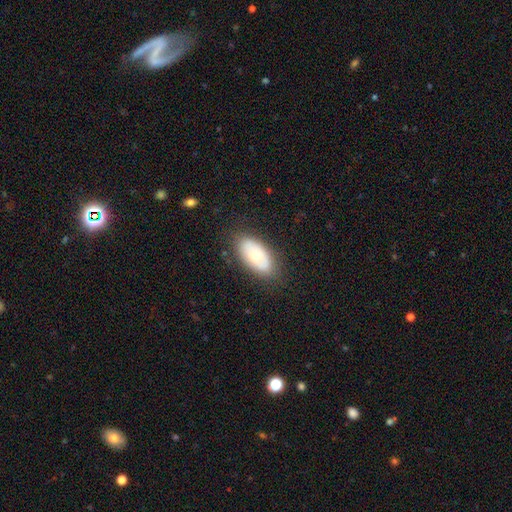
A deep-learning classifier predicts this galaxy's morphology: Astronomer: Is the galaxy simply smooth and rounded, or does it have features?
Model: smooth — 58% (runner-up: featured or disk, 36%).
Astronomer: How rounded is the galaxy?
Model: in between — 92%.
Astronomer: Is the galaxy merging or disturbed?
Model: none — 83%.